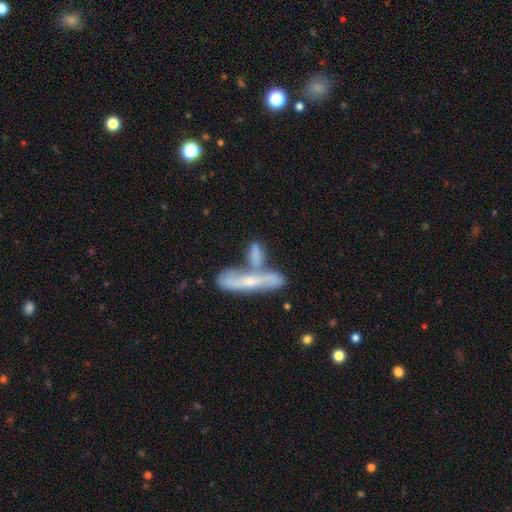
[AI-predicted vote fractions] Smooth or featured? smooth (58%)
How rounded? cigar-shaped (58%)
Merging? merger (51%)